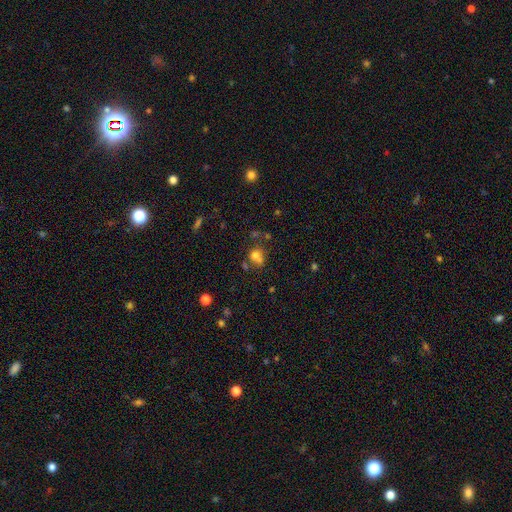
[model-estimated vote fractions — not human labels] A smooth galaxy with no disk features (69%) that is round (72%). Merging: none (42%).